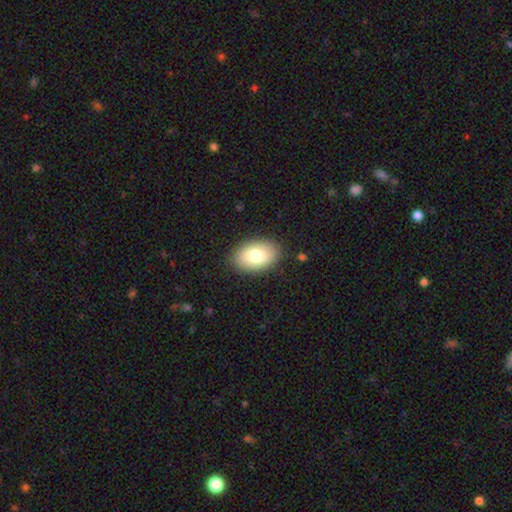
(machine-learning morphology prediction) A smooth galaxy with no disk features (79%) that is in between round and cigar-shaped (91%).

Vote fractions:
- Smooth or featured? smooth: 79% / featured or disk: 14% / star or artifact: 7%
- How rounded? in between: 91% / round: 8% / cigar-shaped: 1%
- Merging? none: 87% / minor disturbance: 9% / major disturbance: 3% / merger: 1%